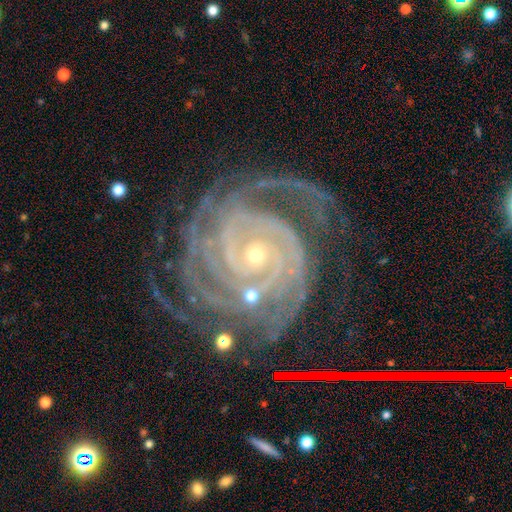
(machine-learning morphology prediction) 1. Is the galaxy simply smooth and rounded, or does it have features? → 92% featured or disk, 5% star or artifact, 2% smooth.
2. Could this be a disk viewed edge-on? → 98% no, 2% yes.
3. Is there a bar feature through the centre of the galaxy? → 67% no, 20% weak, 13% strong.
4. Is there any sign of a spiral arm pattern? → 99% yes, 1% no.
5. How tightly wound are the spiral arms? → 80% tight, 17% medium, 3% loose.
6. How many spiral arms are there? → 23% 2, 20% 3, 19% 4, 14% more than 4, 14% can't tell, 9% 1.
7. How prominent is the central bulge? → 80% small, 16% moderate, 1% large, 1% none, 1% dominant.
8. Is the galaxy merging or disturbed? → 69% none, 18% minor disturbance, 10% major disturbance, 3% merger.